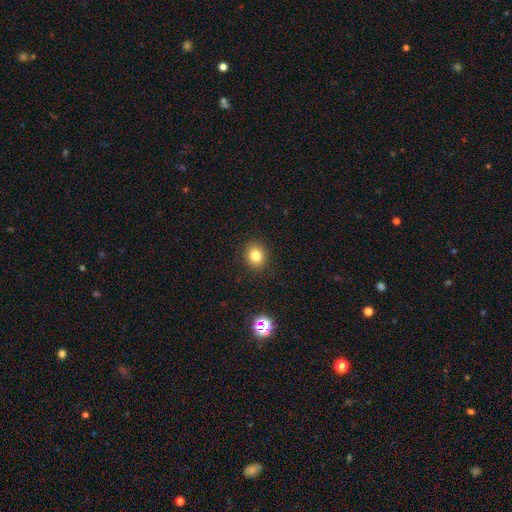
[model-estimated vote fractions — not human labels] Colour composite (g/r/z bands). It shows a smooth galaxy with no disk features (79%) that is round (79%). Merging: none (91%).